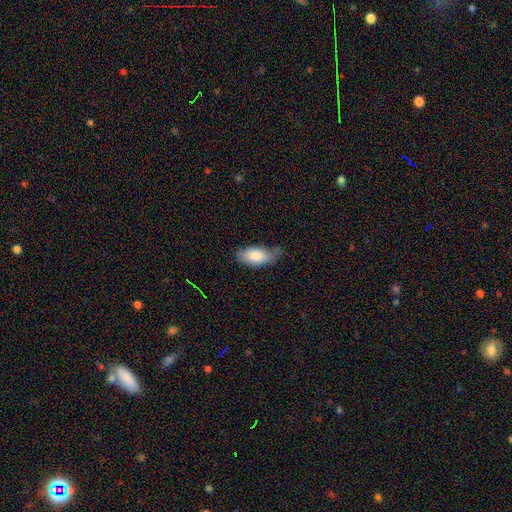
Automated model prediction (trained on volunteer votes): smooth_or_featured: smooth (p=0.82) [alt: featured or disk p=0.12]
how_rounded: in between (p=0.92) [alt: cigar-shaped p=0.05]
merging: none (p=0.54) [alt: minor disturbance p=0.36]